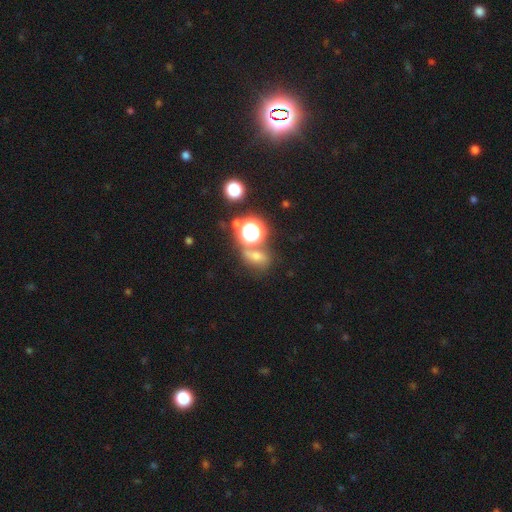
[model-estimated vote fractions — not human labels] smooth-or-featured: smooth: 48% | star or artifact: 34% | featured or disk: 18%
  merging: none: 53% | merger: 23% | minor disturbance: 15% | major disturbance: 9%